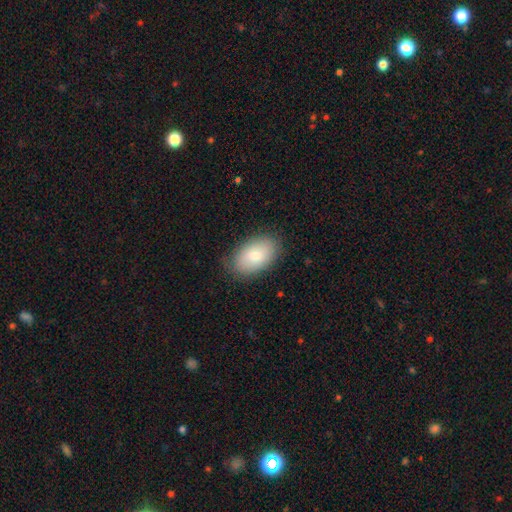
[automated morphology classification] The model was most divided on "smooth or featured": smooth: 82%, featured or disk: 12%, star or artifact: 6%. More confident: how rounded — in between (92%); merging — none (83%).